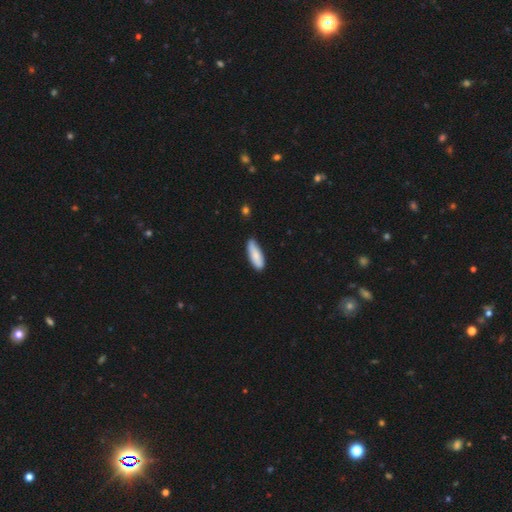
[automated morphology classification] smooth_or_featured: smooth (p=0.82) [alt: featured or disk p=0.12]
how_rounded: in between (p=0.57) [alt: cigar-shaped p=0.42]
merging: none (p=0.81) [alt: minor disturbance p=0.15]